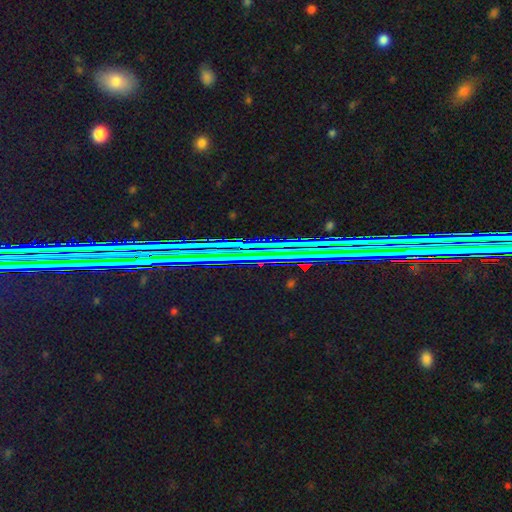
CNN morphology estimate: This appears to be a star or artifact, not a galaxy (74%).